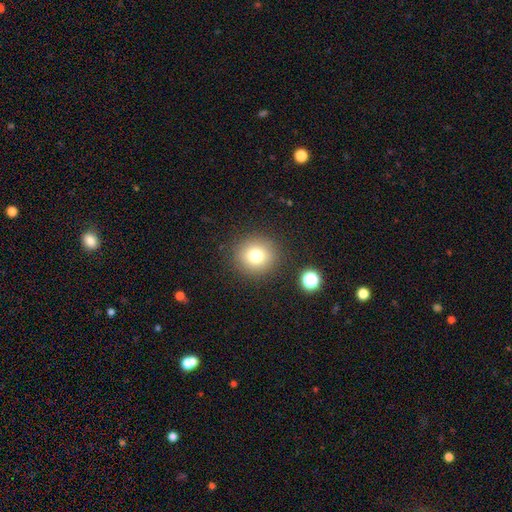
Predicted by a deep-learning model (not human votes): smooth 76%, star or artifact 14%, featured or disk 10%. Down the decision tree: how rounded — round (91%); merging — none (88%).